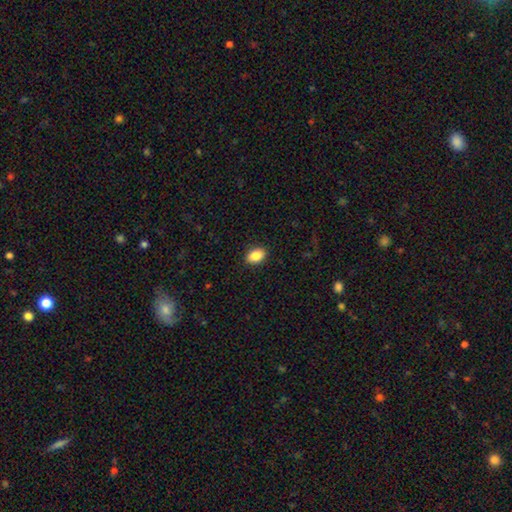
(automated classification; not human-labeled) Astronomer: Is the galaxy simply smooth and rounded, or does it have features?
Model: smooth — 87%.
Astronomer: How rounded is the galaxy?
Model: in between — 86%.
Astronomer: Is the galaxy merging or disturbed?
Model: none — 90%.